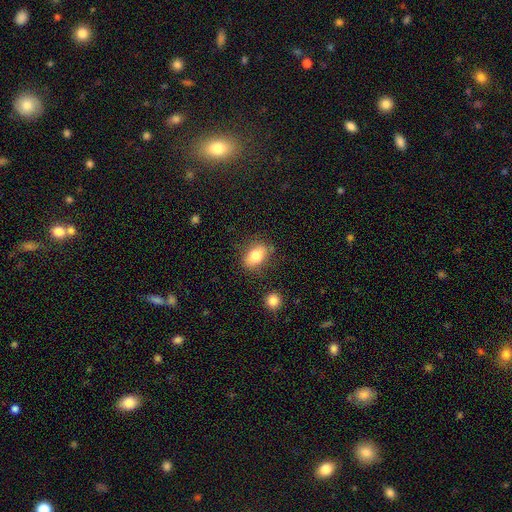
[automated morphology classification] This is clearly a smooth galaxy (81%). How rounded: clearly in between (84%). Merging: likely none (78%).